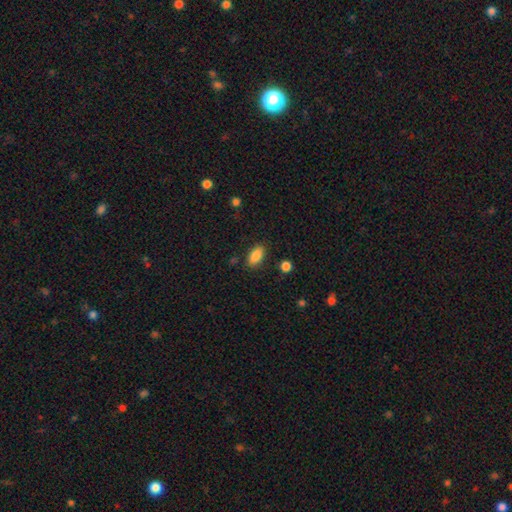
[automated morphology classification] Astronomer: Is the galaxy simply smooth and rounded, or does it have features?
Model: smooth — 87%.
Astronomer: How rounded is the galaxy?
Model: in between — 89%.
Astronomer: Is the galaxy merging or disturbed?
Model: none — 86%.